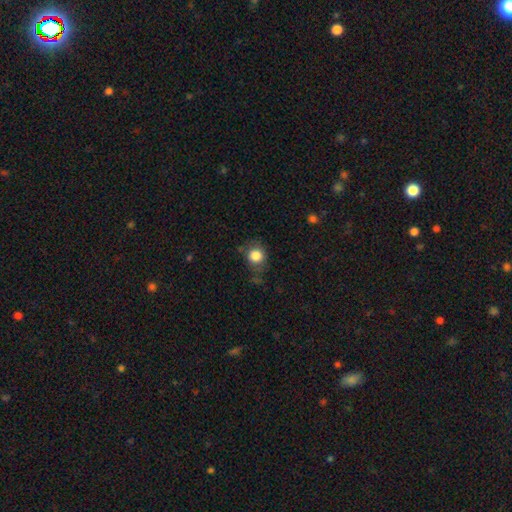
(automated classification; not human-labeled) A smooth galaxy with no disk features (84%) that is round (81%).

Vote fractions:
- Smooth or featured? smooth: 84% / star or artifact: 9% / featured or disk: 7%
- How rounded? round: 81% / in between: 18% / cigar-shaped: 1%
- Merging? none: 67% / minor disturbance: 22% / major disturbance: 9% / merger: 2%